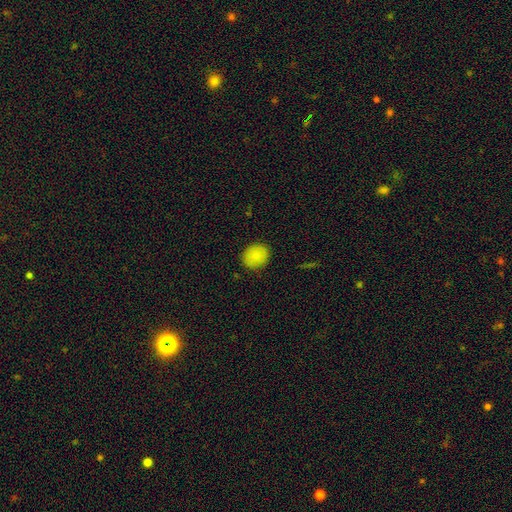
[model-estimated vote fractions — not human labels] A smooth galaxy with no disk features (86%) that is round (71%). Merging: none (89%).